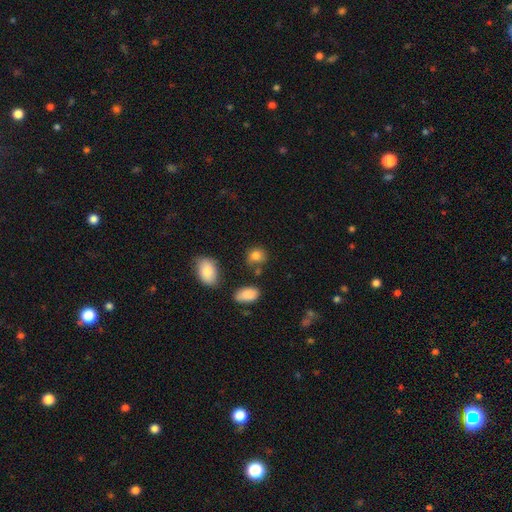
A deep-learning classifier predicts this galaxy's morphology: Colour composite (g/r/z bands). It shows a smooth galaxy with no disk features (82%) that is round (65%). Merging: none (71%).